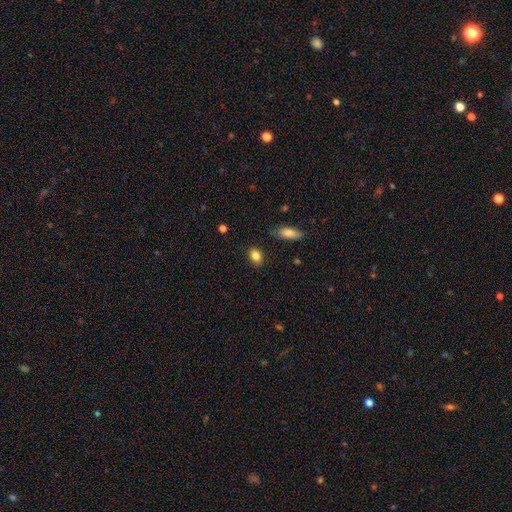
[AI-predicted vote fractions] Smooth or featured?
  - smooth: 84% *
  - star or artifact: 9%
  - featured or disk: 7%
How rounded?
  - in between: 68% *
  - round: 30%
  - cigar-shaped: 2%
Merging?
  - none: 84% *
  - minor disturbance: 12%
  - major disturbance: 3%
  - merger: 2%